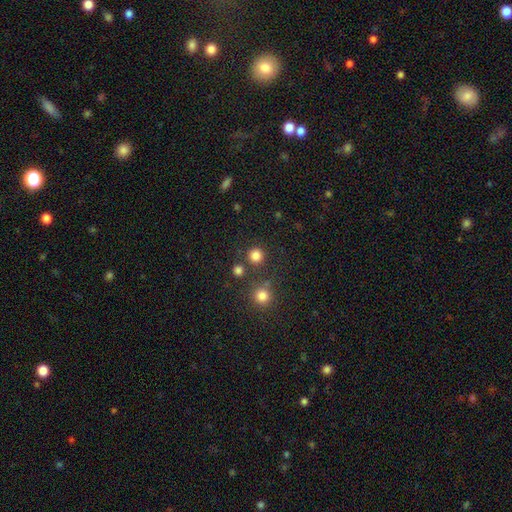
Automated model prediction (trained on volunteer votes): Smooth or featured: smooth — 82% (star or artifact — 15%)
How rounded: round — 93% (in between — 6%)
Merging: none — 83% (merger — 8%)